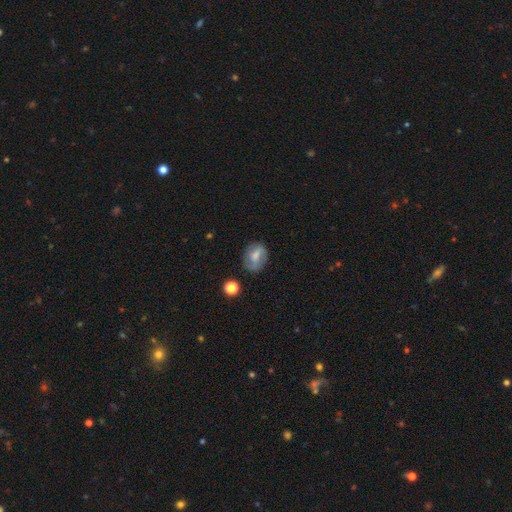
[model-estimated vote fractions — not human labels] The model was most divided on "smooth or featured": smooth: 51%, featured or disk: 40%, star or artifact: 9%. More confident: merging — none (73%); how rounded — in between (56%).